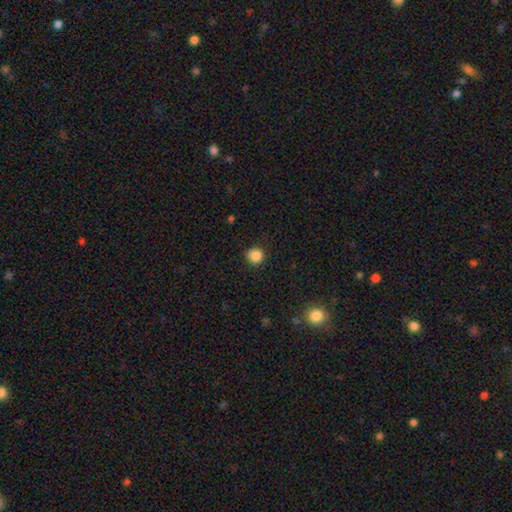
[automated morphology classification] Smooth or featured? Predicted: smooth (p=0.86). How rounded? Predicted: round (p=0.92). Merging? Predicted: none (p=0.88).